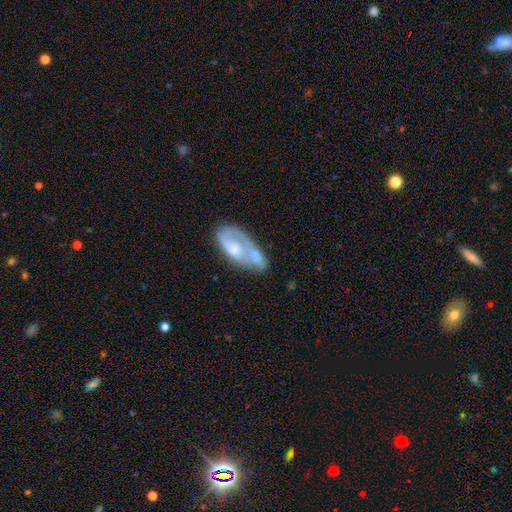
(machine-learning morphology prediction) A featured or disk galaxy (54%). Merging: none (34%).